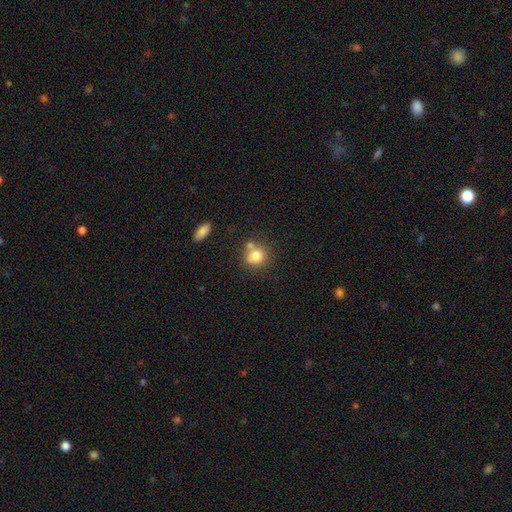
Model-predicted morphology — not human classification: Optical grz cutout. It shows a smooth galaxy with no disk features (79%) that is round (82%). Merging: none (55%).